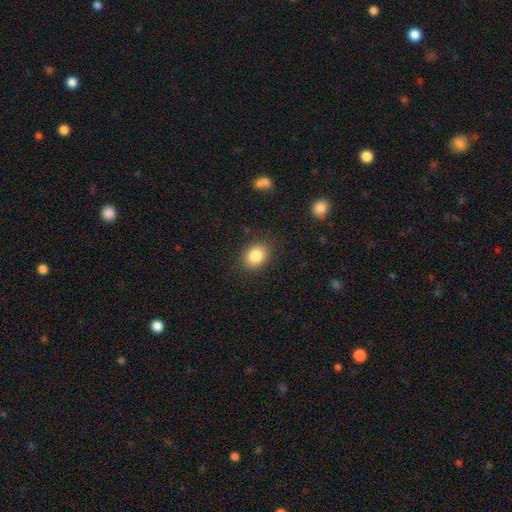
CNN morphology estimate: Q: Smooth or featured?
A: smooth (84%); runner-up: star or artifact (9%)
Q: How rounded?
A: in between (51%); runner-up: round (48%)
Q: Merging?
A: none (86%); runner-up: minor disturbance (10%)